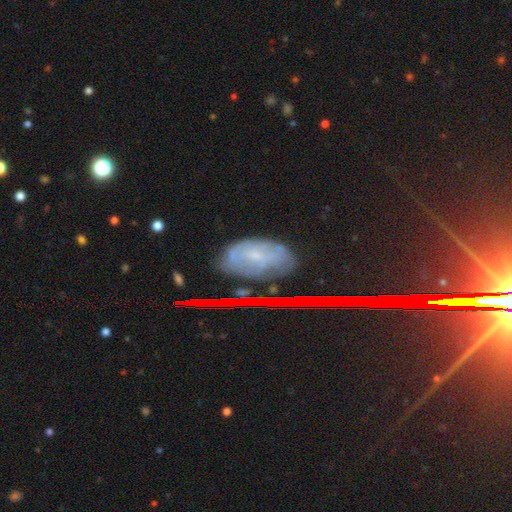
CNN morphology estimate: A featured or disk galaxy (49%). Merging: none (64%).